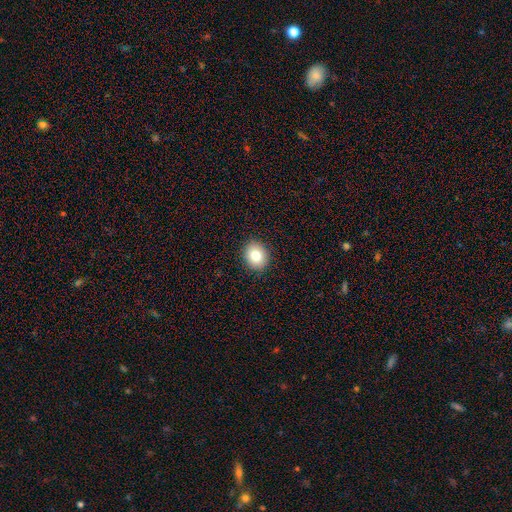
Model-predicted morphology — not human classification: This appears to be a smooth galaxy with no disk features (81%) that is round (68%). Merging: none (91%).